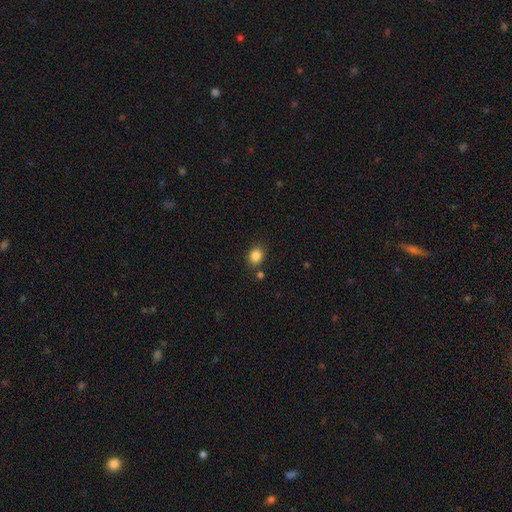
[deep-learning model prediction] Q: Smooth or featured?
A: smooth (85%); runner-up: star or artifact (10%)
Q: How rounded?
A: in between (54%); runner-up: round (45%)
Q: Merging?
A: none (80%); runner-up: minor disturbance (11%)